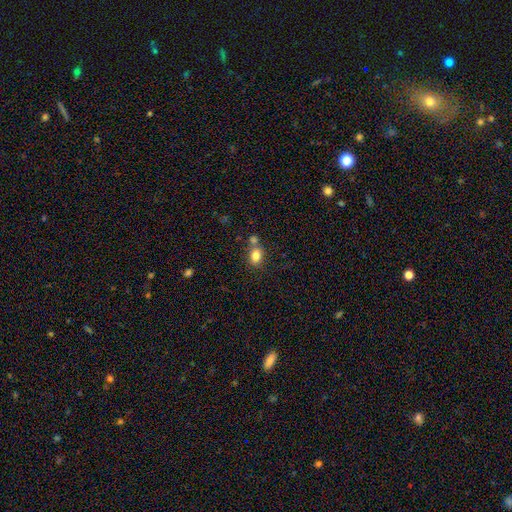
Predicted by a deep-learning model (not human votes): The model was most divided on "merging": none: 55%, merger: 29%, minor disturbance: 12%, major disturbance: 4%. More confident: smooth or featured — smooth (81%); how rounded — in between (68%).